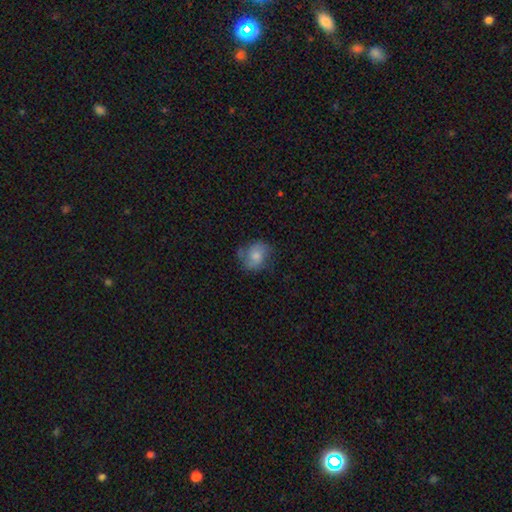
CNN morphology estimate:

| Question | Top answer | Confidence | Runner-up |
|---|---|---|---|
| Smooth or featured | smooth | 54% | featured or disk (37%) |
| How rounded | round | 60% | in between (39%) |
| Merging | none | 57% | minor disturbance (27%) |